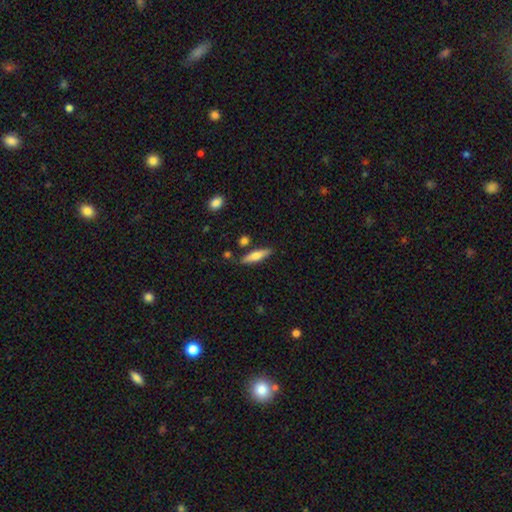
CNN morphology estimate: Smooth or featured?
  - smooth: 64% *
  - featured or disk: 30%
  - star or artifact: 6%
How rounded?
  - cigar-shaped: 71% *
  - in between: 27%
  - round: 2%
Merging?
  - none: 80% *
  - minor disturbance: 12%
  - merger: 6%
  - major disturbance: 3%